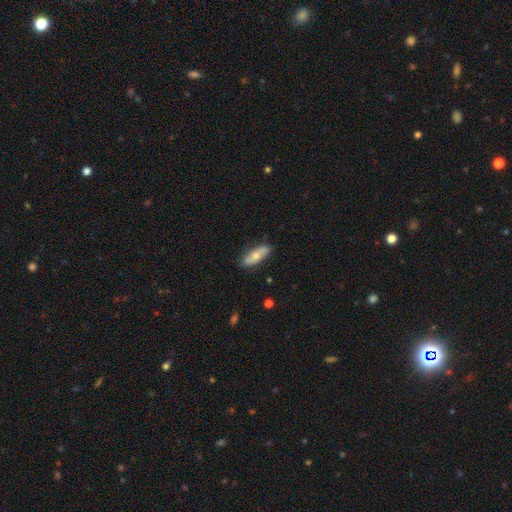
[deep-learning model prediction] Smooth or featured? smooth (58%)
How rounded? in between (62%)
Merging? none (83%)